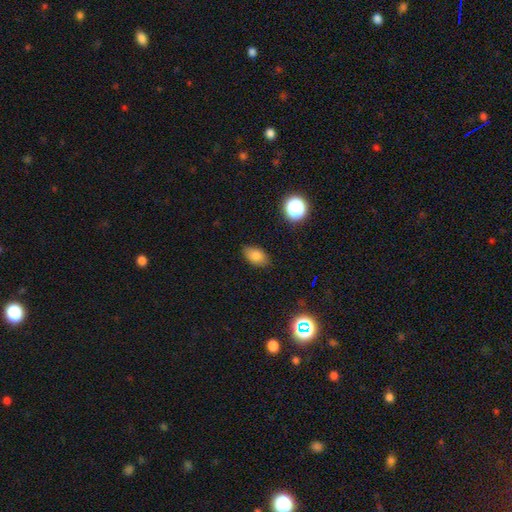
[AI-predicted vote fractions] A smooth galaxy with no disk features (80%) that is in between round and cigar-shaped (87%).

Vote fractions:
- Smooth or featured? smooth: 80% / star or artifact: 12% / featured or disk: 8%
- How rounded? in between: 87% / round: 11% / cigar-shaped: 2%
- Merging? none: 81% / minor disturbance: 15% / major disturbance: 3% / merger: 1%